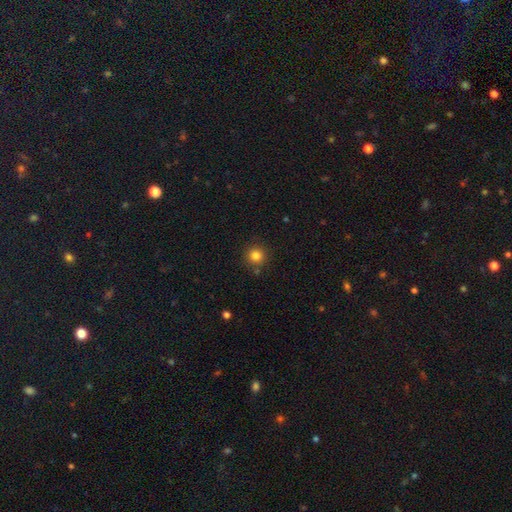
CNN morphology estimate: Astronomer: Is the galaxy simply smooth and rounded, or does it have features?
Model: smooth — 83%.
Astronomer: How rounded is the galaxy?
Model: round — 94%.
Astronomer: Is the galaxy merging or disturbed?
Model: none — 86%.